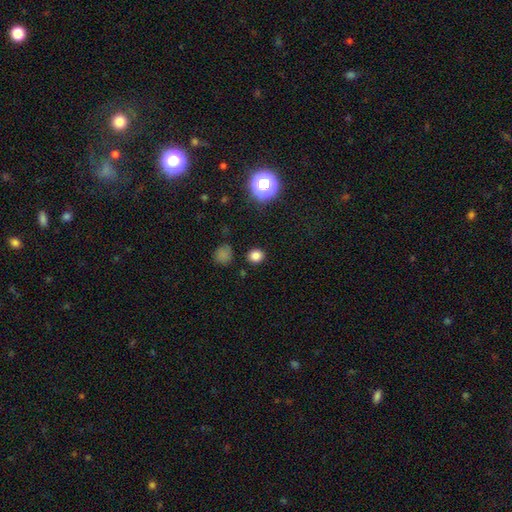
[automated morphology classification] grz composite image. It shows a smooth galaxy with no disk features (80%) that is round (72%). Merging: none (87%).